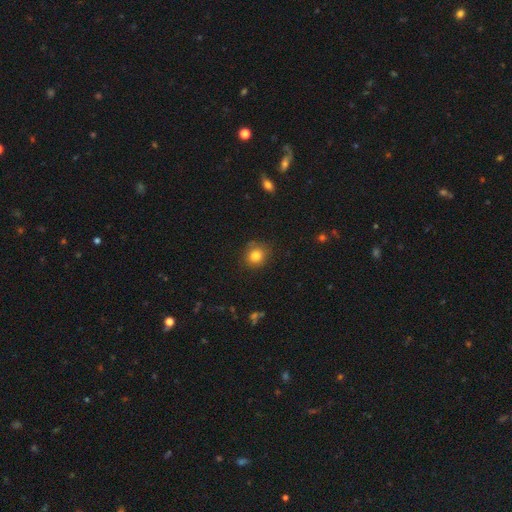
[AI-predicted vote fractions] Morphology: type=smooth (82%); roundness=round (82%); merging=none (81%).